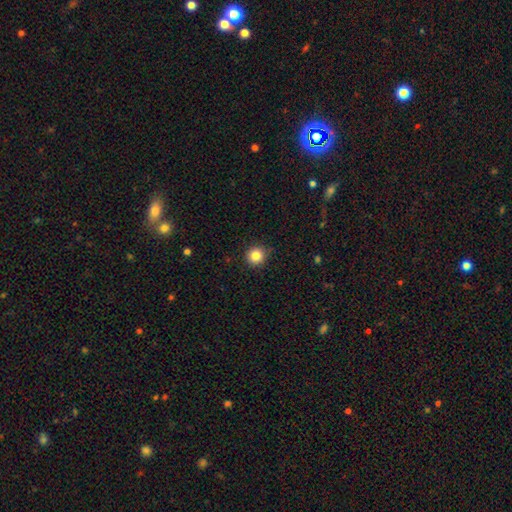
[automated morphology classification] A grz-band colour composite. It shows a smooth galaxy with no disk features (84%) that is round (93%). Merging: none (87%).